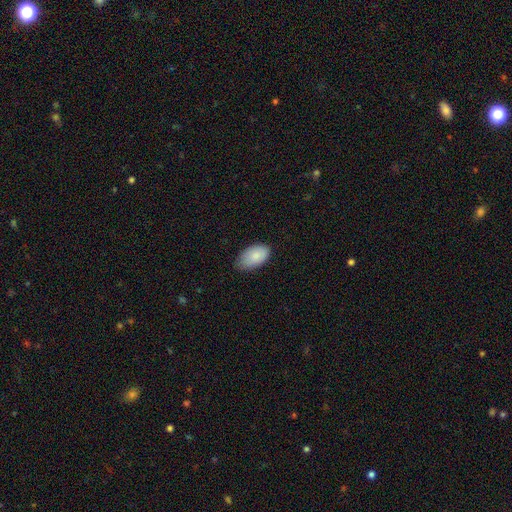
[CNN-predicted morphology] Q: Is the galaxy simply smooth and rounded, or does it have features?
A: smooth — 85%.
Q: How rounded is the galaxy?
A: in between — 94%.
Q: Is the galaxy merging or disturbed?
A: none — 67%.